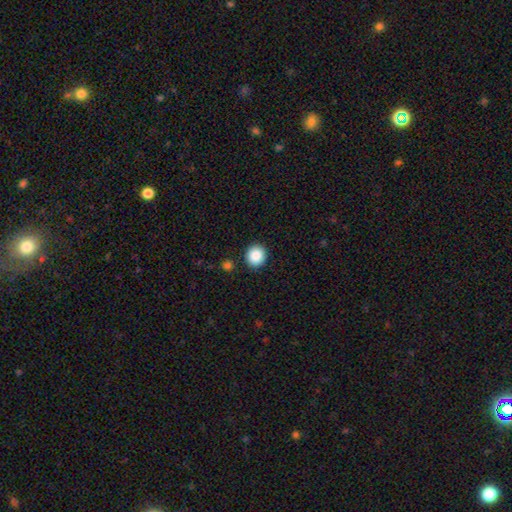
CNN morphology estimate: The model was most divided on "how rounded": round: 87%, in between: 12%, cigar-shaped: 1%. More confident: merging — none (91%); smooth or featured — smooth (88%).